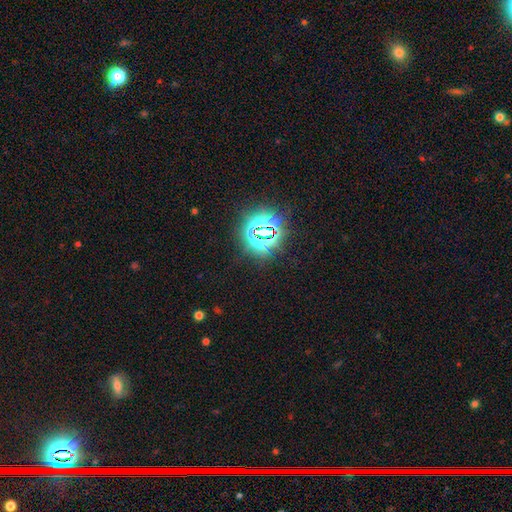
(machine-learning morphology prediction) Q: Smooth or featured?
A: star or artifact (69%); runner-up: smooth (24%)